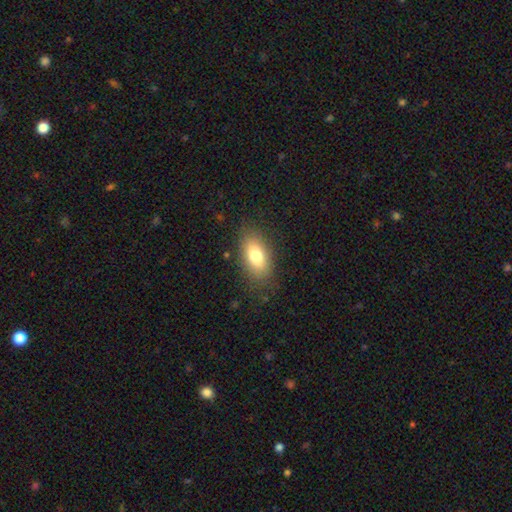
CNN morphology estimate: Smooth or featured? smooth (78%)
How rounded? in between (89%)
Merging? none (83%)